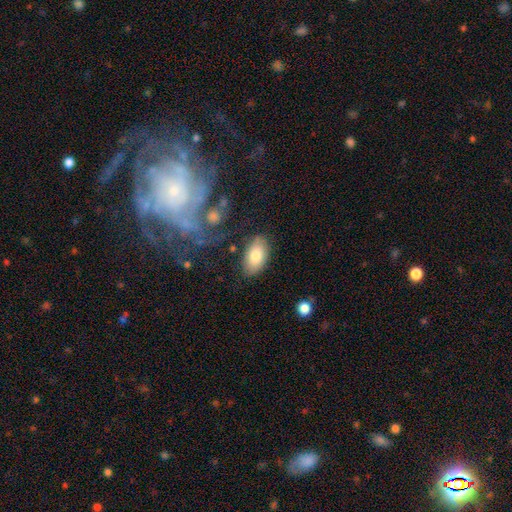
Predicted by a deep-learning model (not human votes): smooth-or-featured: smooth: 80% | featured or disk: 14% | star or artifact: 6%
  how-rounded: in between: 93% | round: 4% | cigar-shaped: 2%
  merging: none: 80% | minor disturbance: 13% | major disturbance: 3% | merger: 3%